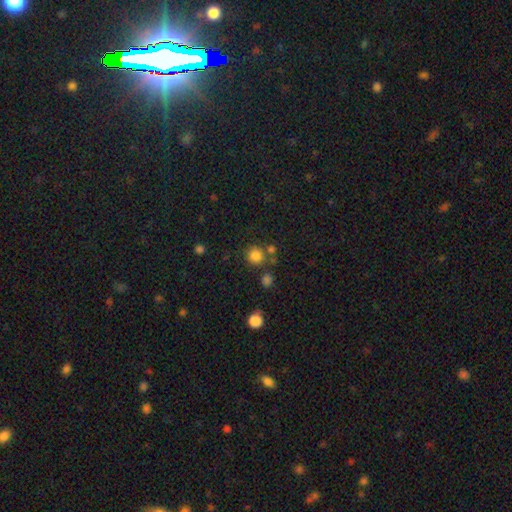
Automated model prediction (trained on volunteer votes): A smooth galaxy with no disk features (83%) that is round (92%). Merging: none (76%).